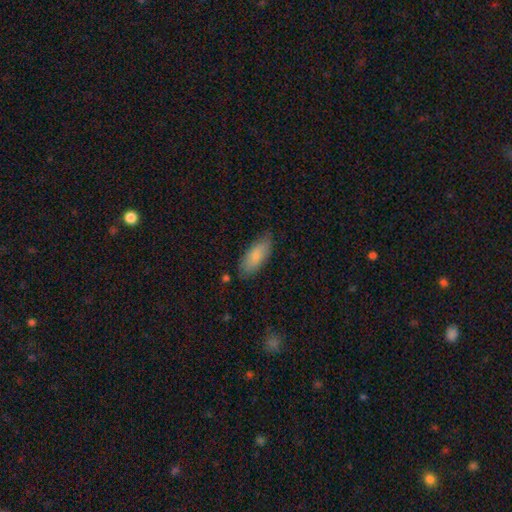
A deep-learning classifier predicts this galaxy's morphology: Q: Smooth or featured?
A: smooth (81%); runner-up: featured or disk (13%)
Q: How rounded?
A: in between (76%); runner-up: cigar-shaped (22%)
Q: Merging?
A: none (77%); runner-up: minor disturbance (18%)